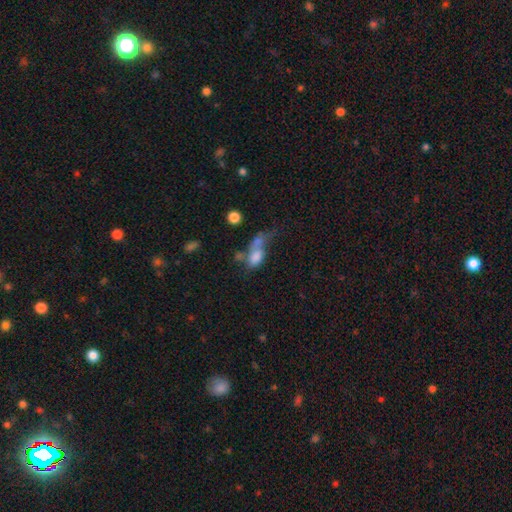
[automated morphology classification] Smooth or featured?
  - smooth: 68% *
  - featured or disk: 20%
  - star or artifact: 12%
How rounded?
  - in between: 79% *
  - round: 16%
  - cigar-shaped: 6%
Merging?
  - merger: 41% *
  - major disturbance: 27%
  - none: 18%
  - minor disturbance: 14%